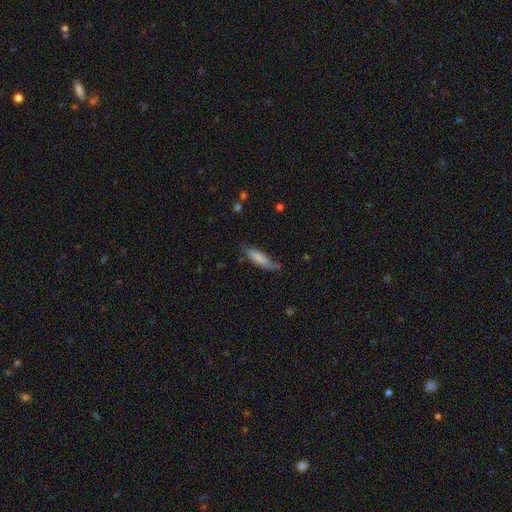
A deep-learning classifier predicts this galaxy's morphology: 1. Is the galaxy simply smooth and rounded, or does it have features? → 71% smooth, 21% featured or disk, 9% star or artifact.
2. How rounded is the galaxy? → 65% cigar-shaped, 33% in between, 2% round.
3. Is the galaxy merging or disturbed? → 64% none, 26% minor disturbance, 7% major disturbance, 2% merger.